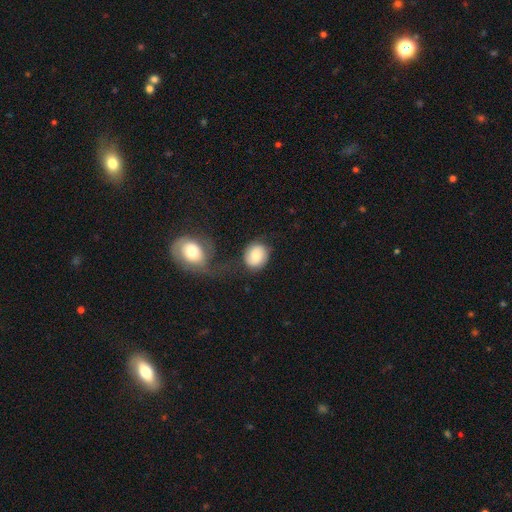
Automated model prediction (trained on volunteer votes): Q: Smooth or featured?
A: smooth (75%); runner-up: featured or disk (18%)
Q: How rounded?
A: round (73%); runner-up: in between (25%)
Q: Merging?
A: none (64%); runner-up: minor disturbance (17%)